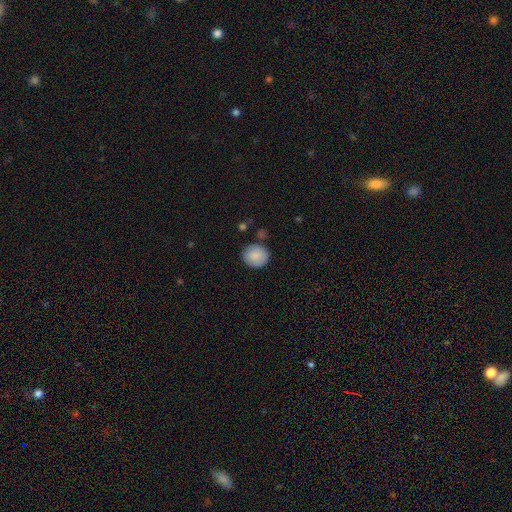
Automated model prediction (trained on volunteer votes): Overall: smooth (87%). How rounded: round (84%). Merging: none (83%).